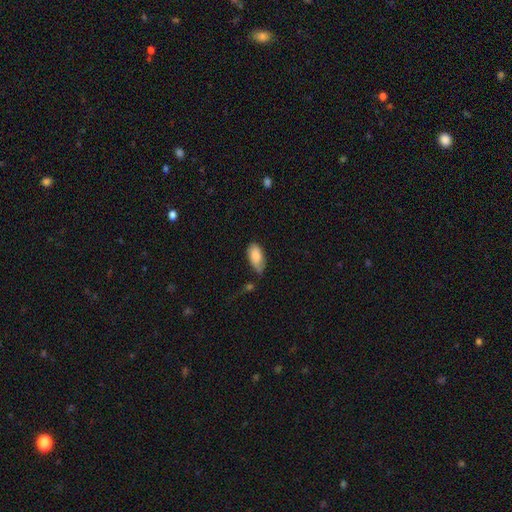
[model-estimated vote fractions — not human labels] Smooth or featured? smooth (80%)
How rounded? in between (94%)
Merging? none (50%)